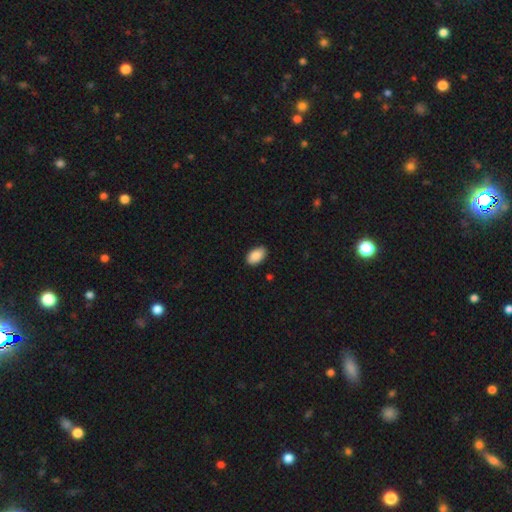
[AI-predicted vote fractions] Q: Smooth or featured?
A: smooth (90%); runner-up: star or artifact (7%)
Q: How rounded?
A: in between (93%); runner-up: round (5%)
Q: Merging?
A: none (86%); runner-up: minor disturbance (11%)